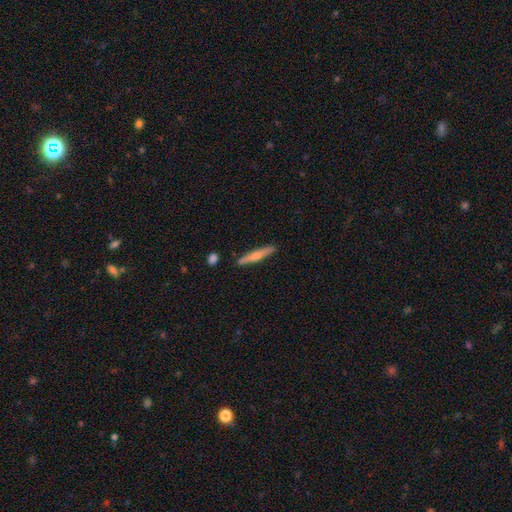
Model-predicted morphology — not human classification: This appears to be a smooth galaxy with no disk features (56%) that is cigar-shaped (93%). Merging: none (86%).